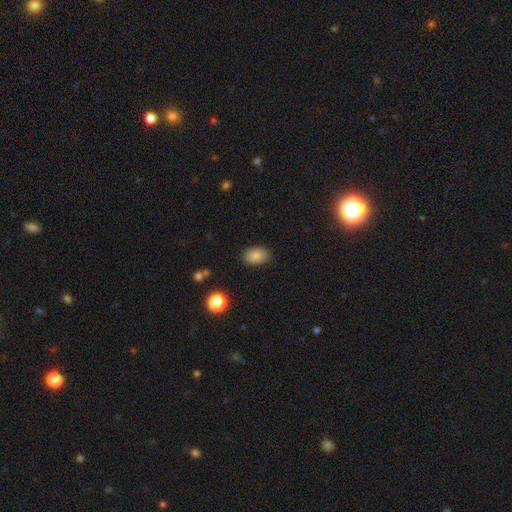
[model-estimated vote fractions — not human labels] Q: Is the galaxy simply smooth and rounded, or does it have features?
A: smooth — 85%.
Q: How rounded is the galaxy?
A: in between — 84%.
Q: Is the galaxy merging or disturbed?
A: none — 84%.